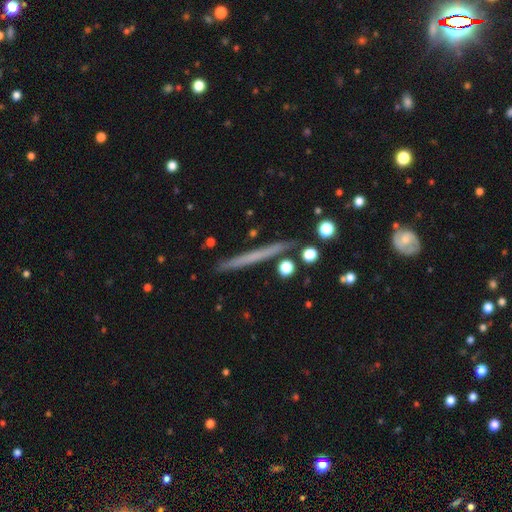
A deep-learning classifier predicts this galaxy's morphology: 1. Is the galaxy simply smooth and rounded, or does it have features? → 52% featured or disk, 40% smooth, 8% star or artifact.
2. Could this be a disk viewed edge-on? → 96% yes, 4% no.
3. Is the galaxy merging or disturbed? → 87% none, 8% minor disturbance, 2% merger, 2% major disturbance.